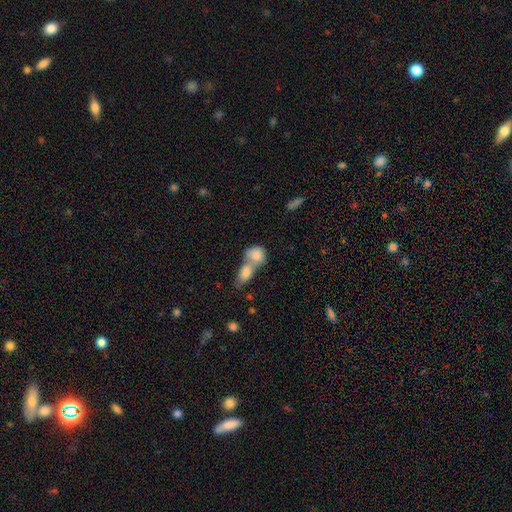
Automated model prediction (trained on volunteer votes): Smooth or featured? Predicted: smooth (p=0.82). How rounded? Predicted: in between (p=0.58). Merging? Predicted: merger (p=0.72).